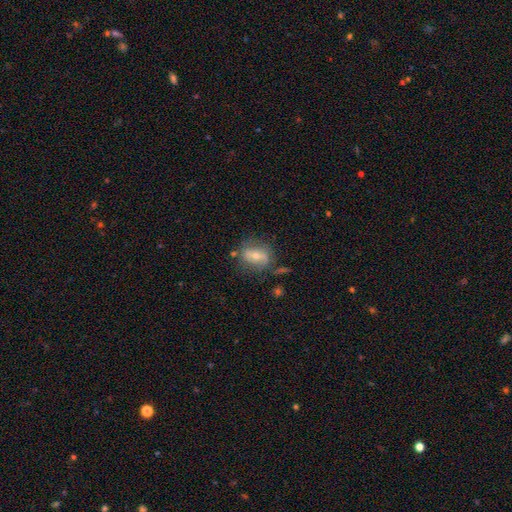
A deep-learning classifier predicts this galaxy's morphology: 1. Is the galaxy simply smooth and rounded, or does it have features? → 46% featured or disk, 45% smooth, 9% star or artifact.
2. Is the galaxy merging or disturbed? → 63% none, 20% minor disturbance, 10% major disturbance, 7% merger.